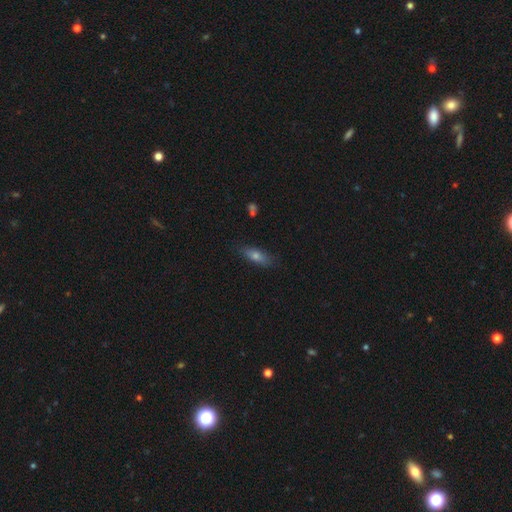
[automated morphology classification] This appears to be a smooth galaxy with no disk features (65%) that is in between round and cigar-shaped (50%). Merging: none (84%).